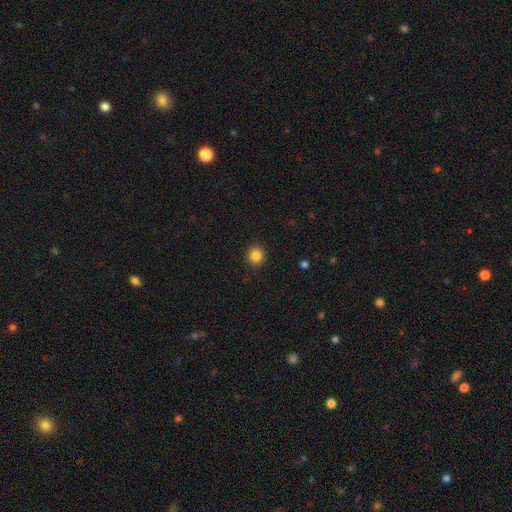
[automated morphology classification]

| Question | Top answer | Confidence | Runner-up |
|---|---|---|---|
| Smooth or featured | smooth | 85% | star or artifact (11%) |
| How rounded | round | 91% | in between (8%) |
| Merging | none | 92% | minor disturbance (6%) |